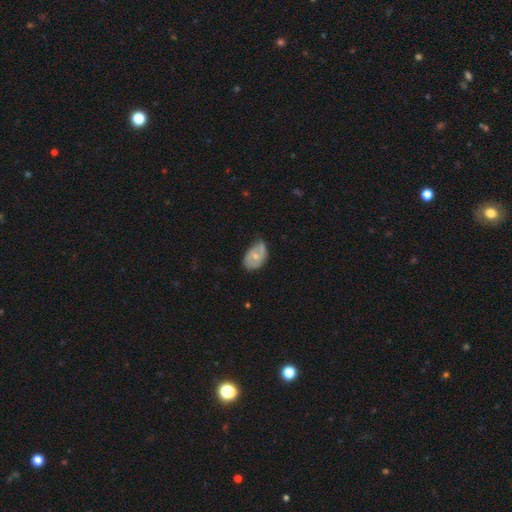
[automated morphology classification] smooth_or_featured: featured or disk (p=0.47) [alt: smooth p=0.46]
merging: minor disturbance (p=0.44) [alt: none p=0.43]